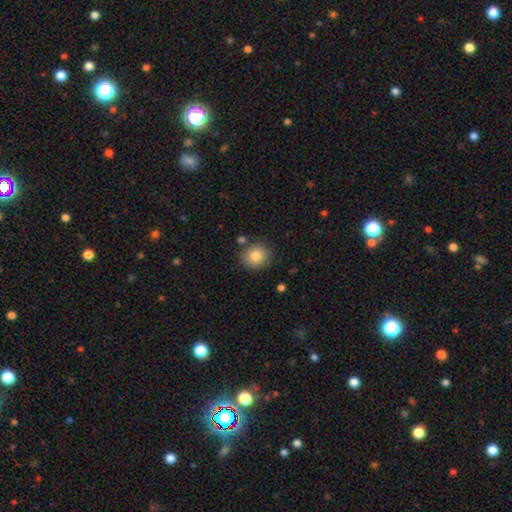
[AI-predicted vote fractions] Morphology: type=smooth (84%); roundness=round (81%); merging=none (82%).